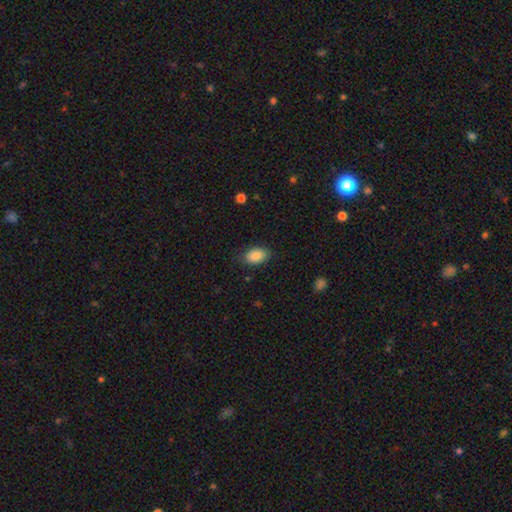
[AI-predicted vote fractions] Overall: smooth (87%). How rounded: in between (92%). Merging: none (82%).